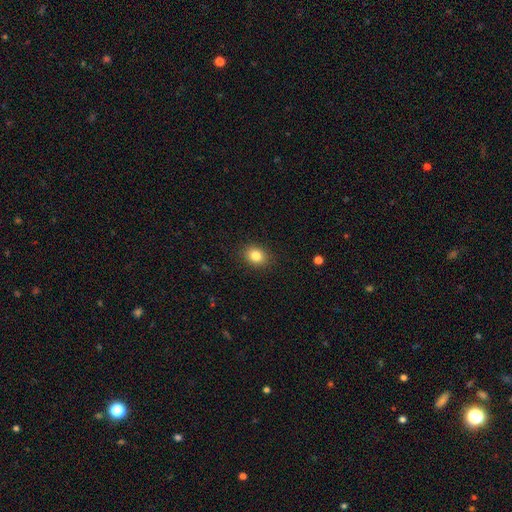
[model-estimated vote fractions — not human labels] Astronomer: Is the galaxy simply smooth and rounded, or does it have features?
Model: smooth — 83%.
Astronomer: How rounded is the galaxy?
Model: round — 51% (runner-up: in between, 48%).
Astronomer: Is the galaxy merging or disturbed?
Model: none — 89%.